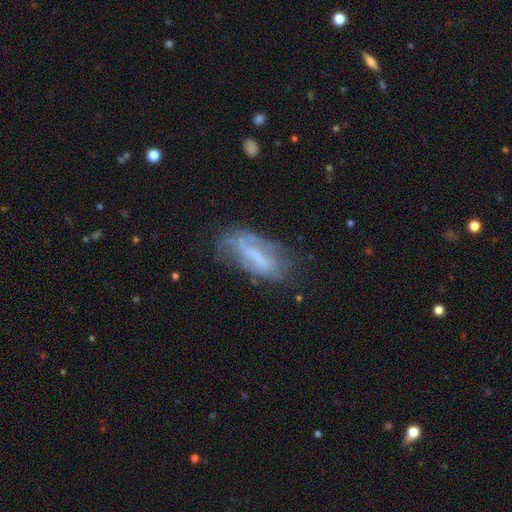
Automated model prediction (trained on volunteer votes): A featured or disk galaxy (57%).

Vote fractions:
- Smooth or featured? featured or disk: 57% / smooth: 33% / star or artifact: 10%
- Edge-on disk? no: 84% / yes: 16%
- Merging? none: 50% / minor disturbance: 28% / major disturbance: 19% / merger: 4%